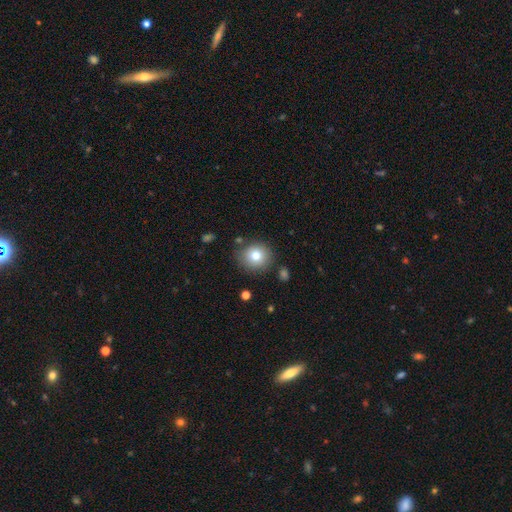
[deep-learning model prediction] Morphology: type=smooth (77%); roundness=round (88%); merging=none (83%).